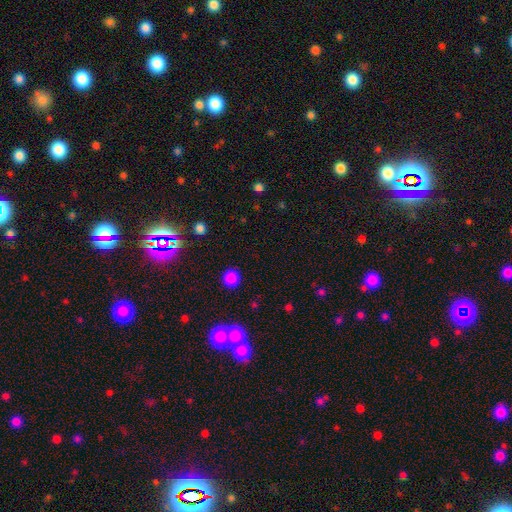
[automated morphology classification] The model was most divided on "smooth or featured": smooth: 71%, star or artifact: 24%, featured or disk: 5%. More confident: merging — none (90%); how rounded — round (88%).